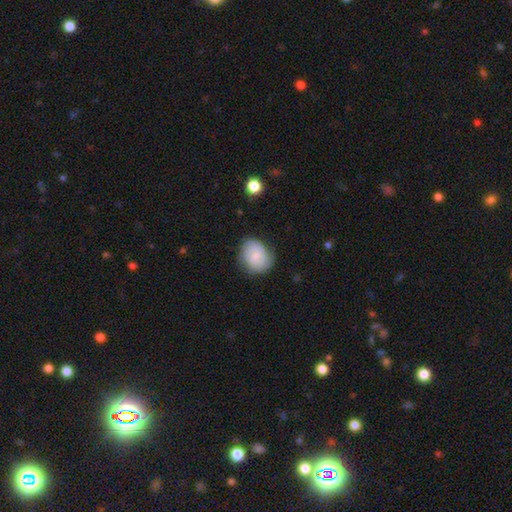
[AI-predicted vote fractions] Smooth or featured: smooth — 62% (featured or disk — 30%)
How rounded: round — 59% (in between — 40%)
Merging: none — 71% (minor disturbance — 22%)